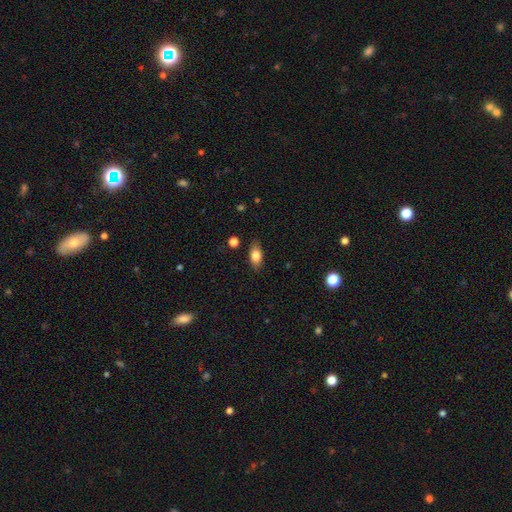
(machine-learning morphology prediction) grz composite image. It shows a smooth galaxy with no disk features (80%) that is in between round and cigar-shaped (85%). Merging: none (84%).